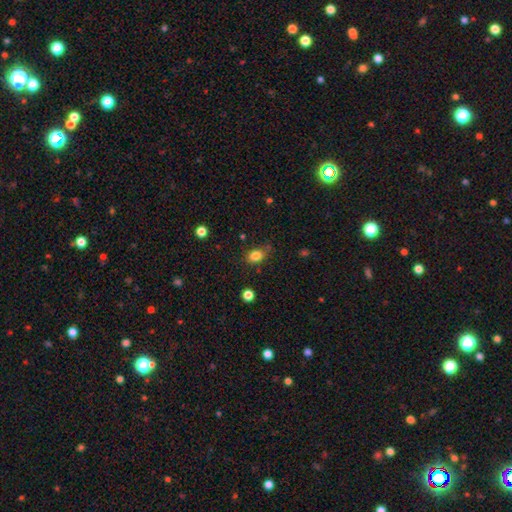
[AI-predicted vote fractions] Overall: smooth (83%). How rounded: in between (64%; round 34%). Merging: none (73%).